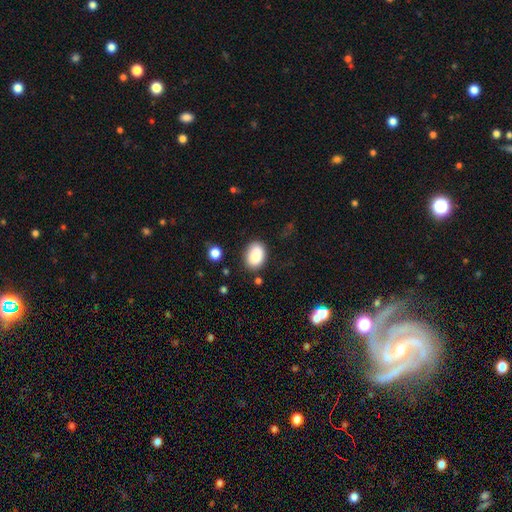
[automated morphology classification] This is clearly a smooth galaxy (84%). How rounded: likely in between (79%). Merging: likely none (74%).